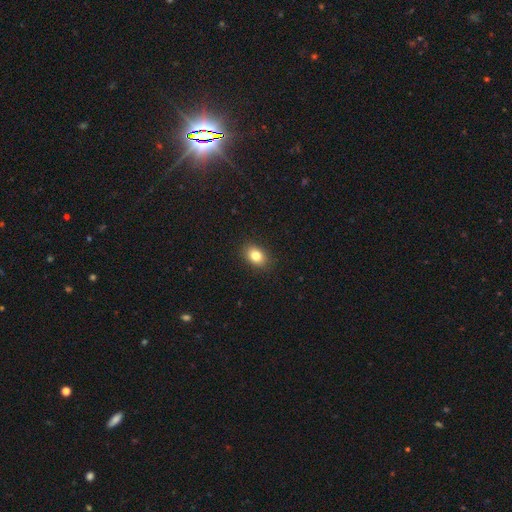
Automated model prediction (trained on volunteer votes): smooth_or_featured: smooth (p=0.82) [alt: star or artifact p=0.10]
how_rounded: in between (p=0.73) [alt: round p=0.26]
merging: none (p=0.90) [alt: minor disturbance p=0.08]